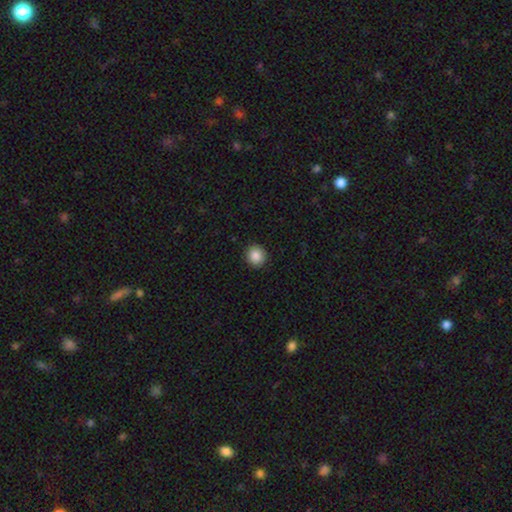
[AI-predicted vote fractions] A smooth galaxy with no disk features (88%) that is round (86%). Merging: none (91%).